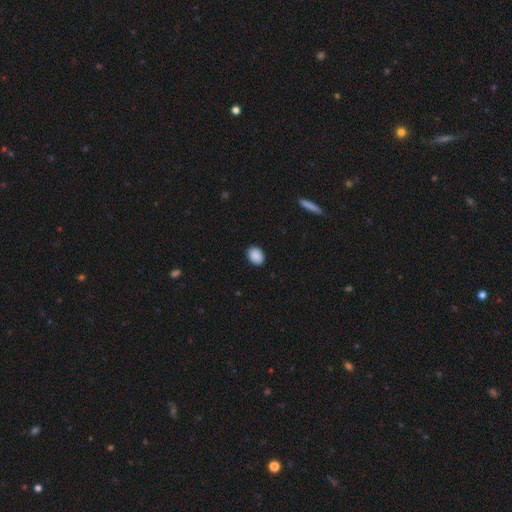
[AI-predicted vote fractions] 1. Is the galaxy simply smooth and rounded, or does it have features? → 90% smooth, 8% star or artifact, 3% featured or disk.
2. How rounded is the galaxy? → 69% in between, 30% round, 1% cigar-shaped.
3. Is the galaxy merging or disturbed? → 90% none, 8% minor disturbance, 2% major disturbance, 1% merger.